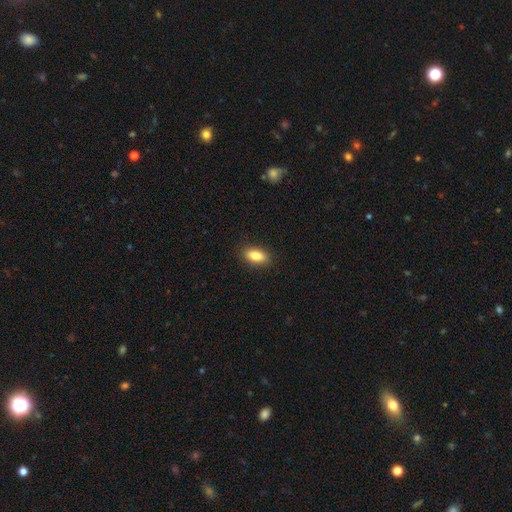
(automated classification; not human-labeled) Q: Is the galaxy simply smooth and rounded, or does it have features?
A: smooth — 86%.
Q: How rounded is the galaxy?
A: in between — 89%.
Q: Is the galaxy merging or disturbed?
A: none — 89%.